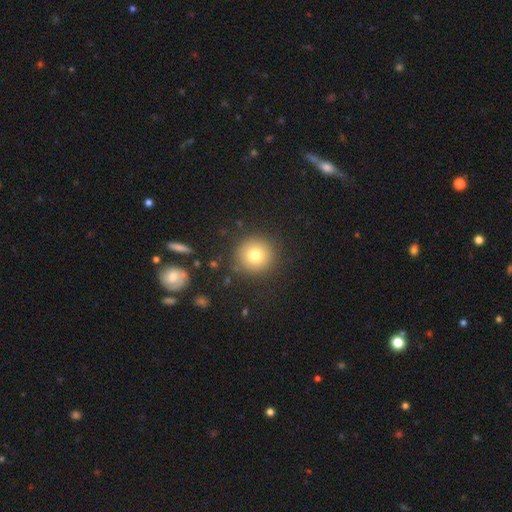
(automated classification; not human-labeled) Overall: smooth (70%). How rounded: round (95%). Merging: none (88%).